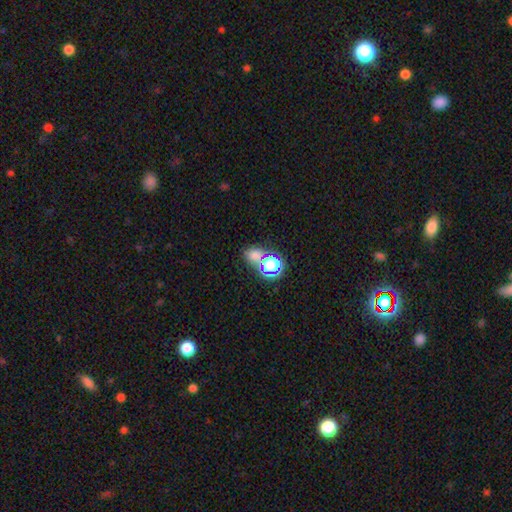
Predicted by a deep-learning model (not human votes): This is possibly a smooth galaxy (58%). How rounded: possibly round (57%). Merging: likely none (61%).